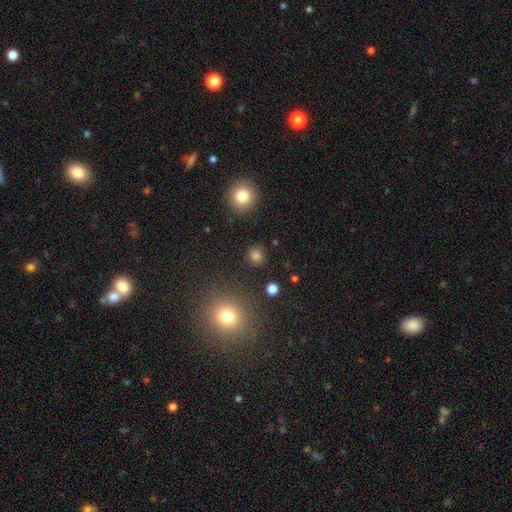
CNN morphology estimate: Q: Smooth or featured?
A: smooth (79%); runner-up: star or artifact (17%)
Q: How rounded?
A: round (85%); runner-up: in between (13%)
Q: Merging?
A: none (87%); runner-up: minor disturbance (7%)